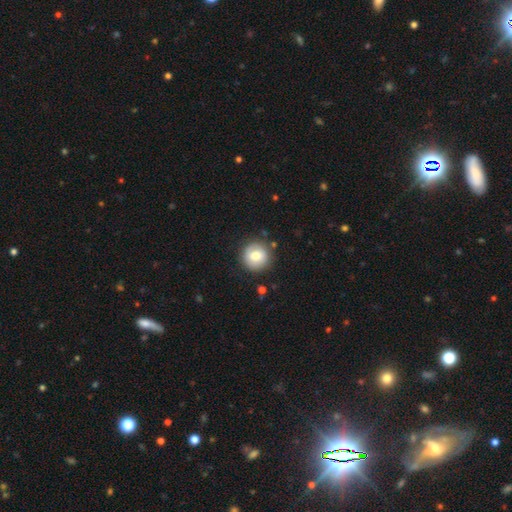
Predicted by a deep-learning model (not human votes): smooth-or-featured: smooth: 74% | featured or disk: 18% | star or artifact: 8%
  how-rounded: round: 94% | in between: 5% | cigar-shaped: 1%
  merging: none: 86% | minor disturbance: 9% | major disturbance: 3% | merger: 2%